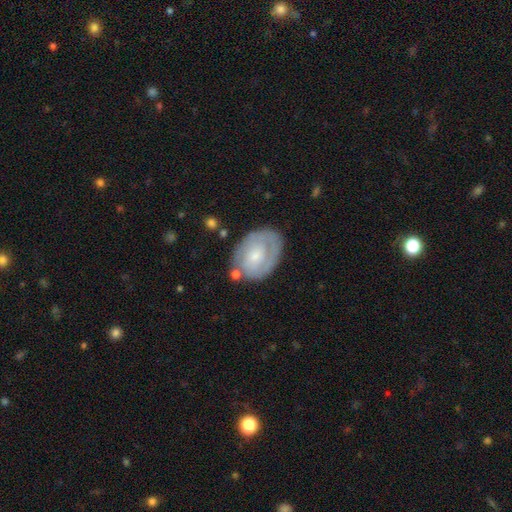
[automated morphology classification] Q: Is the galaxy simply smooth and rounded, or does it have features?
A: featured or disk — 64%.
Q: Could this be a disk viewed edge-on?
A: no — 96%.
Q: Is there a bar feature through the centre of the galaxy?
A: no — 67%.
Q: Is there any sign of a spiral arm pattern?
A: yes — 75%.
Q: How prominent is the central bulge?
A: small — 59%.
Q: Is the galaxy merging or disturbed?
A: none — 68%.